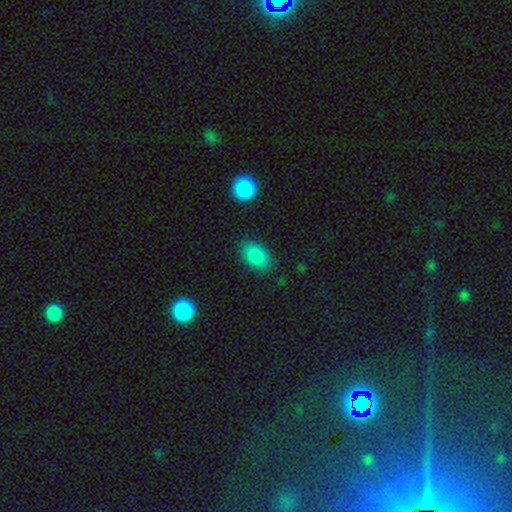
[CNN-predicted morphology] Overall: smooth (87%). How rounded: in between (89%). Merging: none (82%).